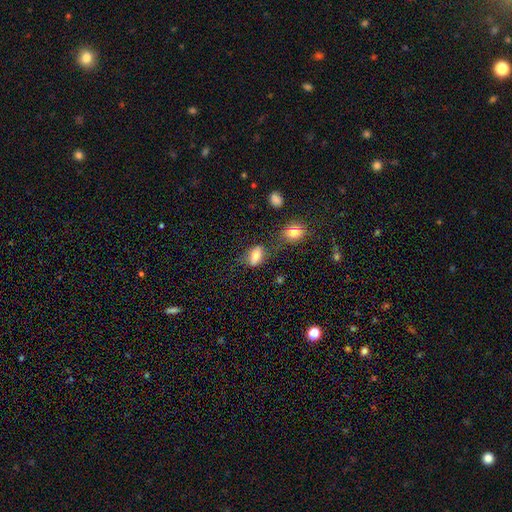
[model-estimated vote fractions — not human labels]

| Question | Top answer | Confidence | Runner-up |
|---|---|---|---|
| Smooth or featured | smooth | 67% | featured or disk (22%) |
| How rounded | in between | 80% | round (13%) |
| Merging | none | 60% | minor disturbance (21%) |